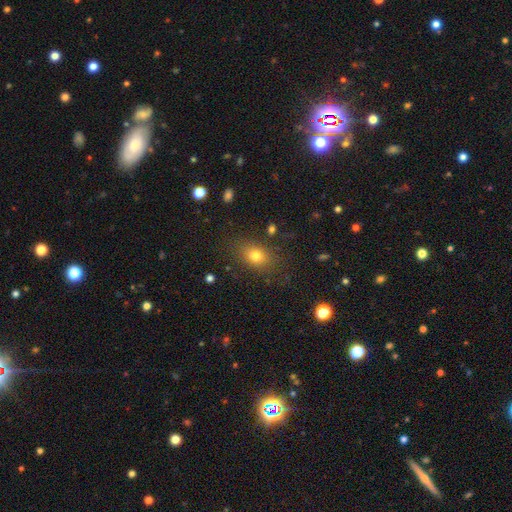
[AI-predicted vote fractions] smooth-or-featured: smooth: 76% | star or artifact: 13% | featured or disk: 10%
  how-rounded: in between: 67% | round: 31% | cigar-shaped: 2%
  merging: none: 80% | minor disturbance: 13% | major disturbance: 5% | merger: 2%